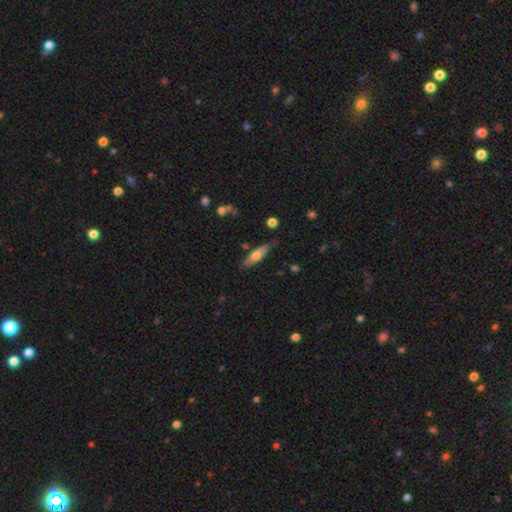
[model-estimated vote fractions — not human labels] smooth-or-featured: smooth: 53% | featured or disk: 40% | star or artifact: 6%
  how-rounded: cigar-shaped: 66% | in between: 31% | round: 2%
  merging: none: 80% | minor disturbance: 14% | merger: 3% | major disturbance: 3%